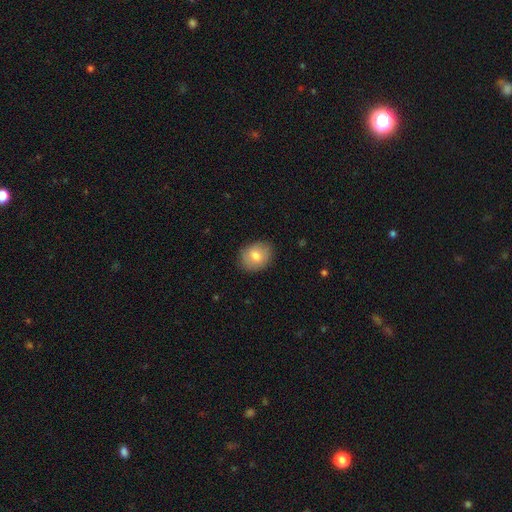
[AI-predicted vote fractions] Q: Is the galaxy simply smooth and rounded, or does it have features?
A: smooth — 75%.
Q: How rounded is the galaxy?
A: round — 54%.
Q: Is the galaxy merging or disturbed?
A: none — 85%.